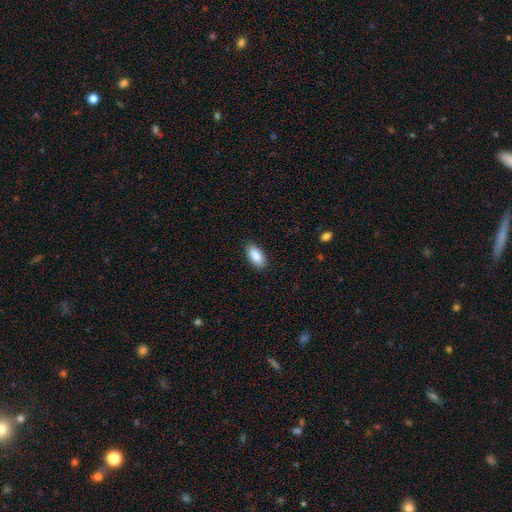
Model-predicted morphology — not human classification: This is clearly a smooth galaxy (88%). How rounded: clearly in between (92%). Merging: clearly none (88%).